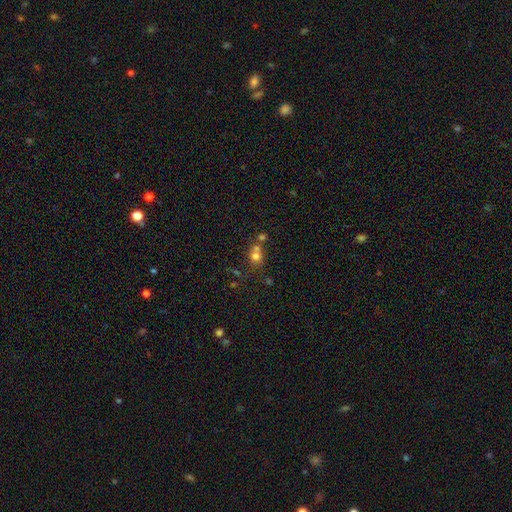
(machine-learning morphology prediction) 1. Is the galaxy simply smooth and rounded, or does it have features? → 72% smooth, 16% star or artifact, 12% featured or disk.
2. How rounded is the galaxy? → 76% round, 23% in between, 1% cigar-shaped.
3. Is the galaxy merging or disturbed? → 45% merger, 42% none, 8% minor disturbance, 4% major disturbance.